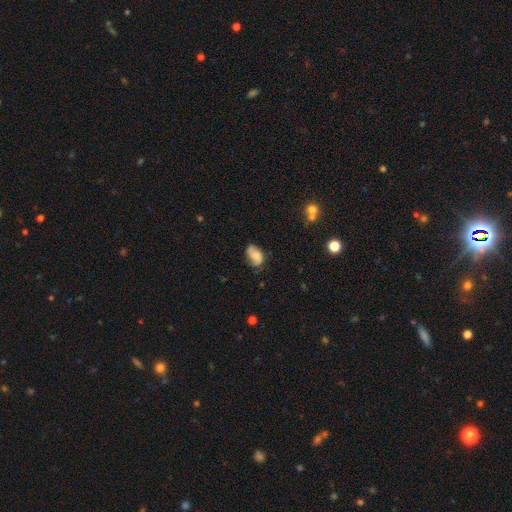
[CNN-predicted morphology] This appears to be a smooth galaxy with no disk features (60%) that is in between round and cigar-shaped (88%). Merging: none (54%).